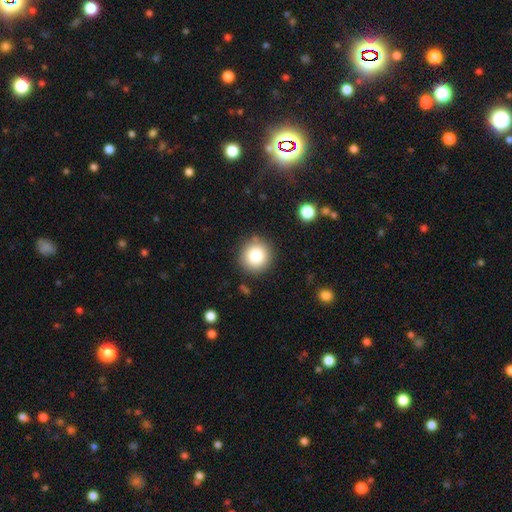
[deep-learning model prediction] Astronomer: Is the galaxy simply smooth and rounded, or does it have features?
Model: smooth — 82%.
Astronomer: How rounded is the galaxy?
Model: round — 94%.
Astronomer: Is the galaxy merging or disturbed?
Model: none — 87%.